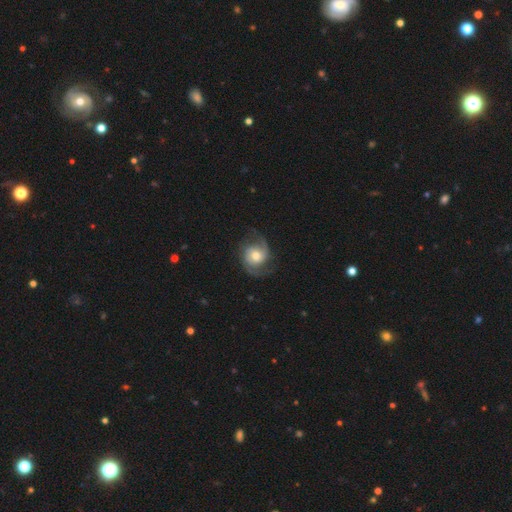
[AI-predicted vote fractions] Morphology: type=featured or disk (82%); edge-on=no (98%); bar=no (66%); spiral arms=yes (96%); winding=medium (49%); arm count=2 (88%); bulge=moderate (62%); merging=none (71%).